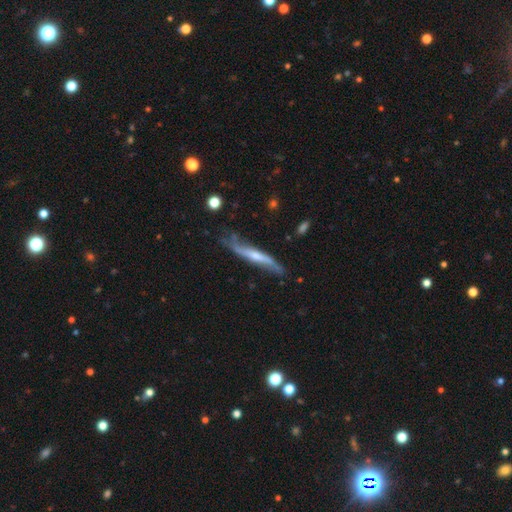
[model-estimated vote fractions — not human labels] A featured or disk galaxy (64%) viewed edge-on (74%).

Vote fractions:
- Smooth or featured? featured or disk: 64% / smooth: 30% / star or artifact: 6%
- Edge-on disk? yes: 74% / no: 26%
- Merging? none: 60% / minor disturbance: 28% / major disturbance: 8% / merger: 3%